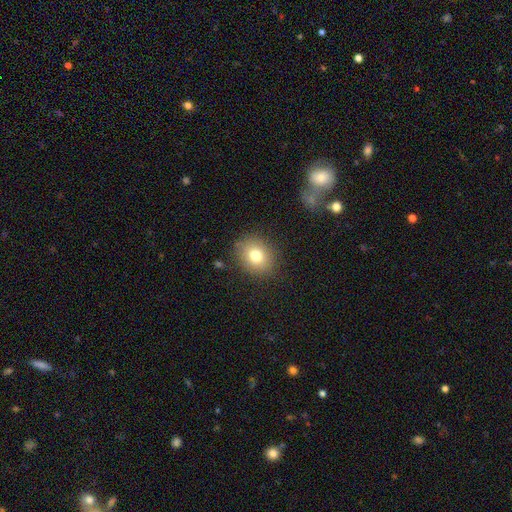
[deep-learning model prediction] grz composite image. It shows a smooth galaxy with no disk features (78%) that is round (58%). Merging: none (86%).